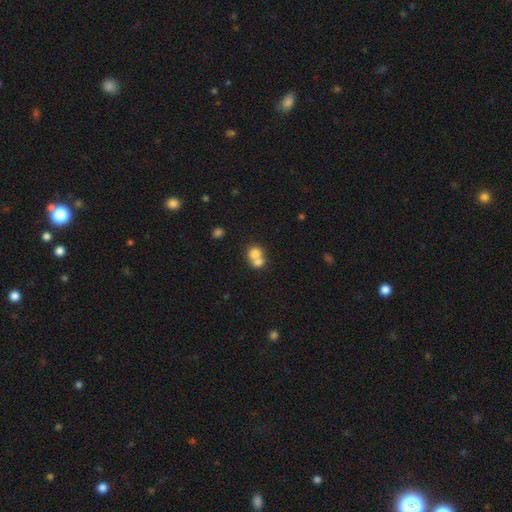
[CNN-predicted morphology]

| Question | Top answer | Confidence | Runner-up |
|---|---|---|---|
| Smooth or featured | smooth | 73% | featured or disk (17%) |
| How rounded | round | 73% | in between (26%) |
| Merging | merger | 67% | none (26%) |